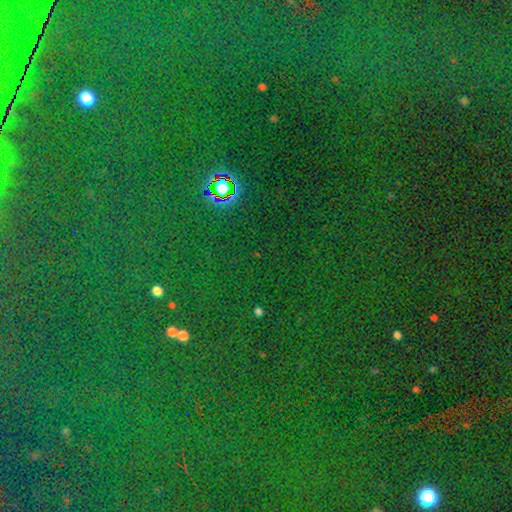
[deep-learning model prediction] Overall: star or artifact (82%).